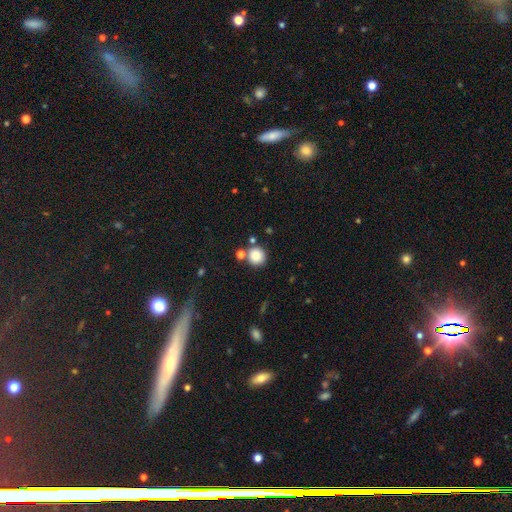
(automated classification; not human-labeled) Smooth or featured? smooth (84%)
How rounded? round (93%)
Merging? none (77%)